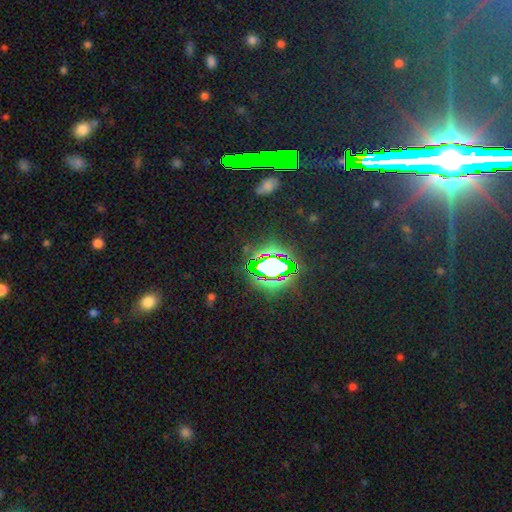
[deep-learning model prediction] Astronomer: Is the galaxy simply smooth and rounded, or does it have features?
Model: star or artifact — 80%.